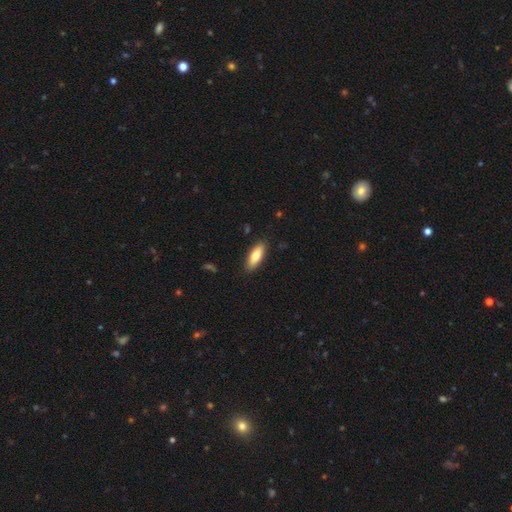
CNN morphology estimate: Q: Smooth or featured?
A: smooth (78%); runner-up: featured or disk (16%)
Q: How rounded?
A: in between (66%); runner-up: cigar-shaped (32%)
Q: Merging?
A: none (88%); runner-up: minor disturbance (9%)